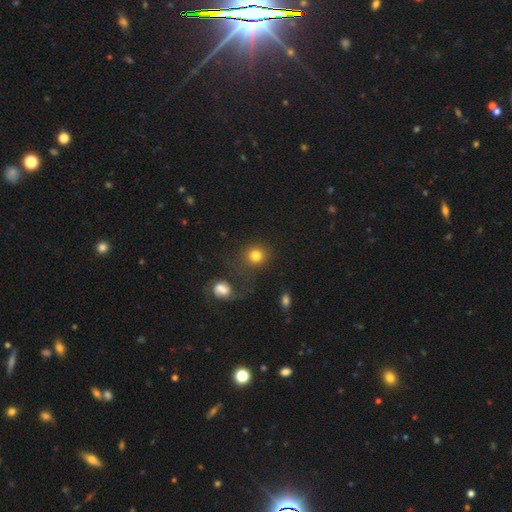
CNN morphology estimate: This appears to be a smooth galaxy with no disk features (81%) that is round (86%). Merging: none (69%).